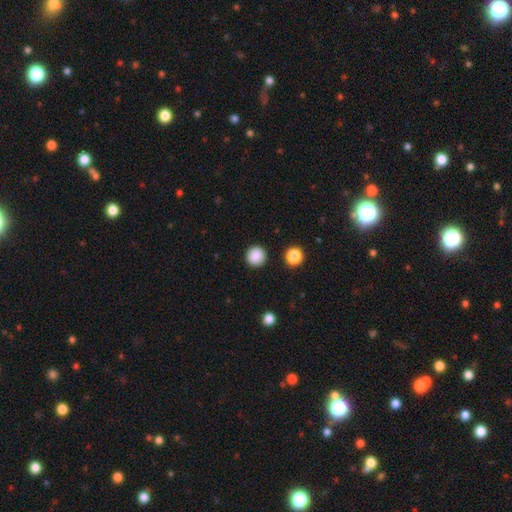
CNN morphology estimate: Q: Smooth or featured?
A: smooth (88%); runner-up: star or artifact (9%)
Q: How rounded?
A: round (94%); runner-up: in between (5%)
Q: Merging?
A: none (92%); runner-up: minor disturbance (5%)